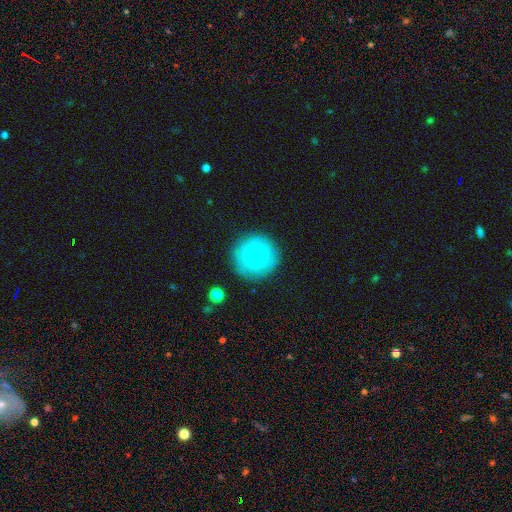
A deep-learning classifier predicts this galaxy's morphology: This is likely a smooth galaxy (63%). How rounded: clearly round (95%). Merging: clearly none (84%).